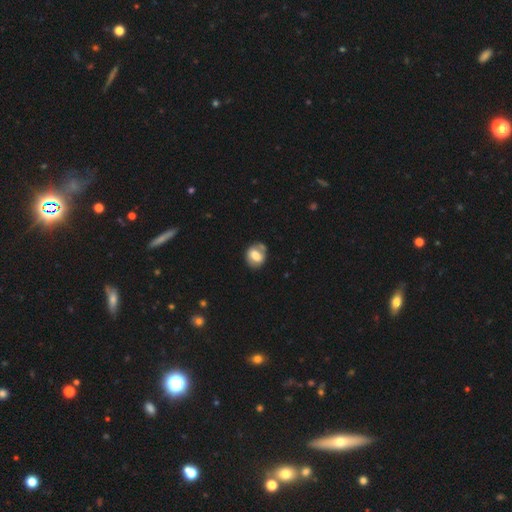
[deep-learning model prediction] smooth-or-featured: smooth: 62% | featured or disk: 31% | star or artifact: 8%
  how-rounded: round: 52% | in between: 47% | cigar-shaped: 1%
  merging: none: 63% | minor disturbance: 21% | merger: 9% | major disturbance: 7%